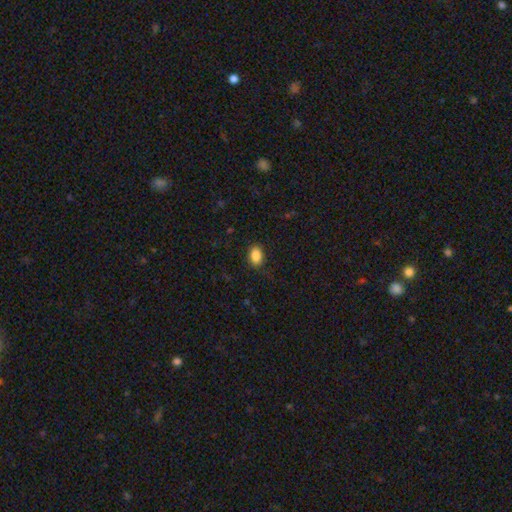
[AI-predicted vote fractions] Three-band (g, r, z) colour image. It shows a smooth galaxy with no disk features (87%) that is in between round and cigar-shaped (86%). Merging: none (82%).